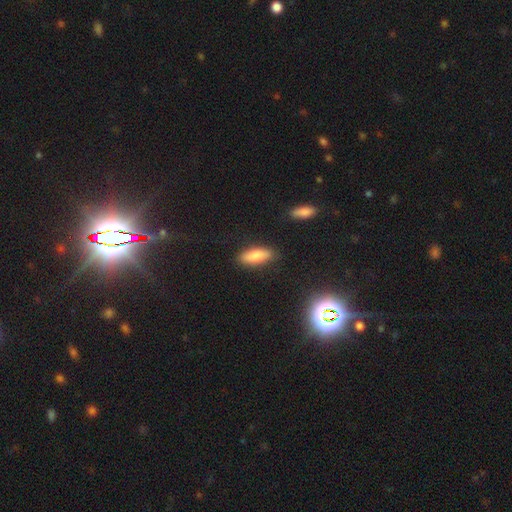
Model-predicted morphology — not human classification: smooth 82%, featured or disk 11%, star or artifact 7%. Down the decision tree: how rounded — in between (62%); merging — none (83%).